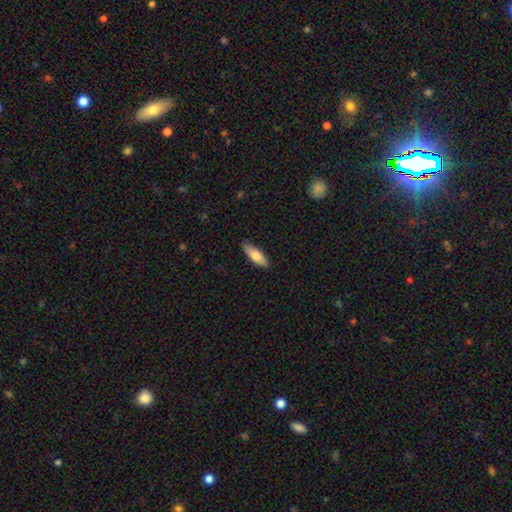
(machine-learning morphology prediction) Q: Smooth or featured?
A: smooth (78%); runner-up: featured or disk (16%)
Q: How rounded?
A: in between (56%); runner-up: cigar-shaped (42%)
Q: Merging?
A: none (86%); runner-up: minor disturbance (11%)